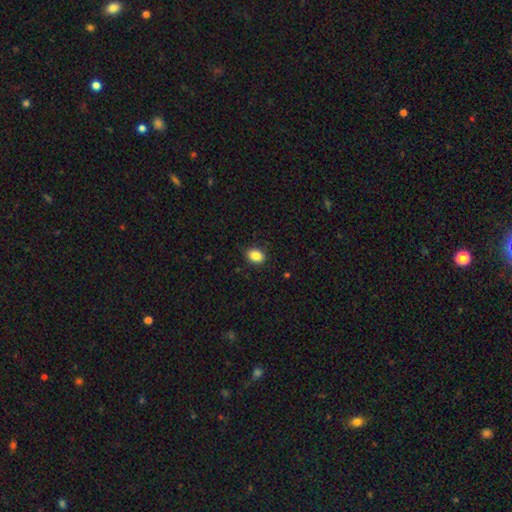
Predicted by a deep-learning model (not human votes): A smooth galaxy with no disk features (86%) that is in between round and cigar-shaped (68%).

Vote fractions:
- Smooth or featured? smooth: 86% / star or artifact: 9% / featured or disk: 5%
- How rounded? in between: 68% / round: 31% / cigar-shaped: 1%
- Merging? none: 88% / minor disturbance: 9% / major disturbance: 2% / merger: 1%